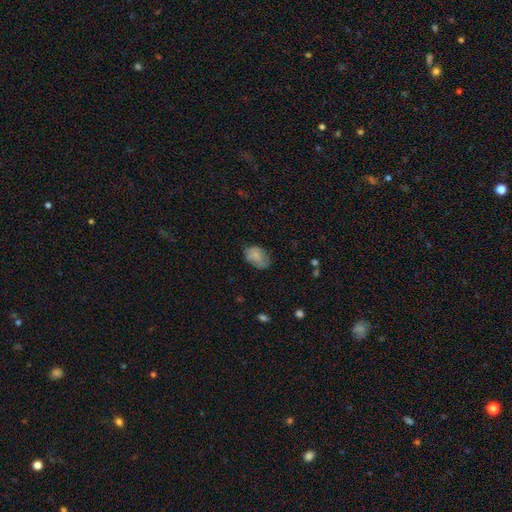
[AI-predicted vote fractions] smooth_or_featured: smooth (p=0.78) [alt: featured or disk p=0.13]
how_rounded: in between (p=0.83) [alt: round p=0.15]
merging: none (p=0.60) [alt: minor disturbance p=0.29]